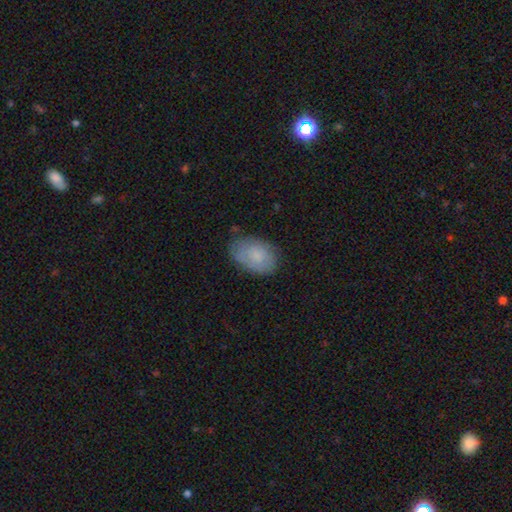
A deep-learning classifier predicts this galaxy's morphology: smooth_or_featured: smooth (p=0.75) [alt: featured or disk p=0.18]
how_rounded: in between (p=0.89) [alt: round p=0.09]
merging: none (p=0.68) [alt: minor disturbance p=0.25]